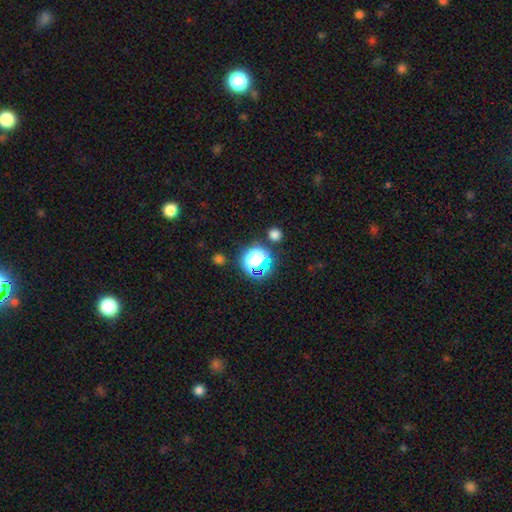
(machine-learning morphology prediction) Smooth or featured: smooth — 53% (star or artifact — 36%)
How rounded: round — 87% (in between — 12%)
Merging: none — 72% (minor disturbance — 13%)